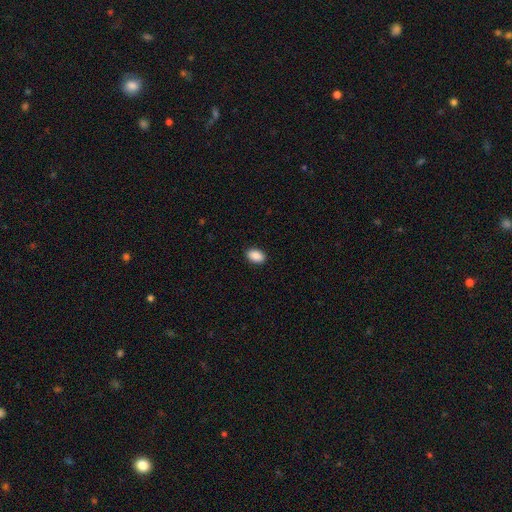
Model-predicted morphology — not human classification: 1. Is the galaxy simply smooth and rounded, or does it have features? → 90% smooth, 7% star or artifact, 3% featured or disk.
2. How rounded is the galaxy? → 90% in between, 8% round, 1% cigar-shaped.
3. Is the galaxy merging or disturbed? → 90% none, 7% minor disturbance, 2% major disturbance, 1% merger.